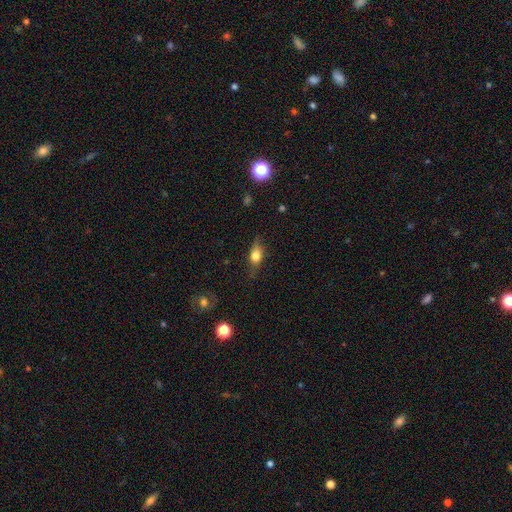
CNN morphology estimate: Smooth or featured? smooth (67%)
How rounded? in between (69%)
Merging? none (70%)